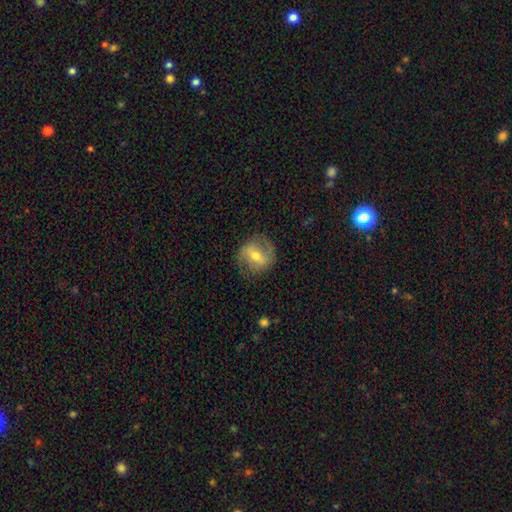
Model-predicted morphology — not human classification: Smooth or featured: featured or disk — 72% (smooth — 21%)
Edge-on disk: no — 95% (yes — 5%)
Bar: strong — 44% (weak — 41%)
Spiral arms: yes — 83% (no — 17%)
Spiral winding: medium — 46% (loose — 31%)
Spiral arm count: 2 — 86% (can't tell — 8%)
Bulge size: moderate — 60% (small — 35%)
Merging: none — 79% (minor disturbance — 14%)